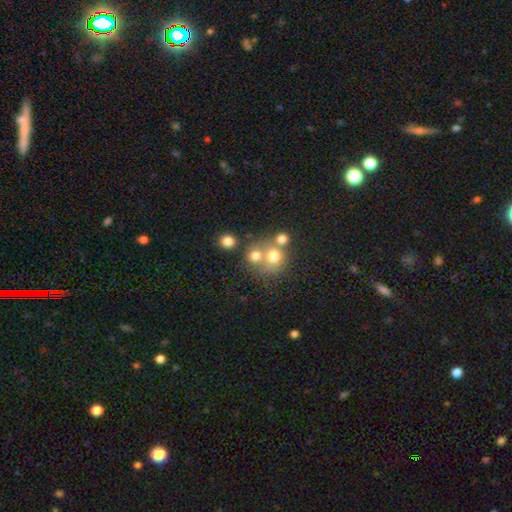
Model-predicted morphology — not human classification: smooth-or-featured: smooth: 69% | star or artifact: 16% | featured or disk: 16%
  how-rounded: round: 83% | in between: 16% | cigar-shaped: 1%
  merging: none: 45% | merger: 43% | minor disturbance: 7% | major disturbance: 5%